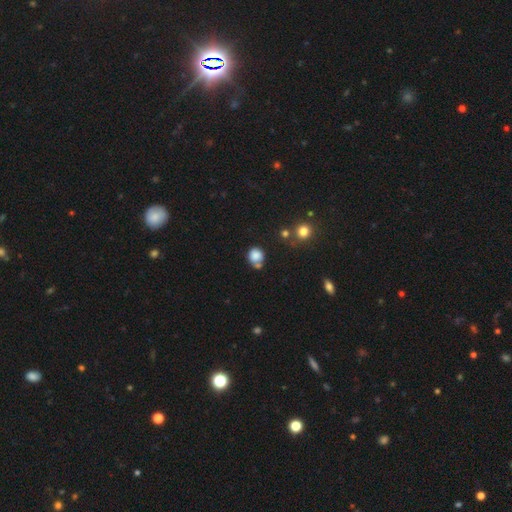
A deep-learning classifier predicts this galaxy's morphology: Smooth or featured? Predicted: smooth (p=0.82). How rounded? Predicted: round (p=0.81). Merging? Predicted: none (p=0.54).